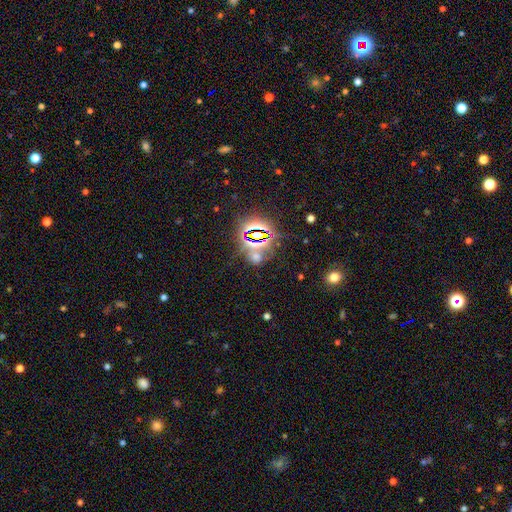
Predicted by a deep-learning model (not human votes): This appears to be a star or artifact, not a galaxy (69%).